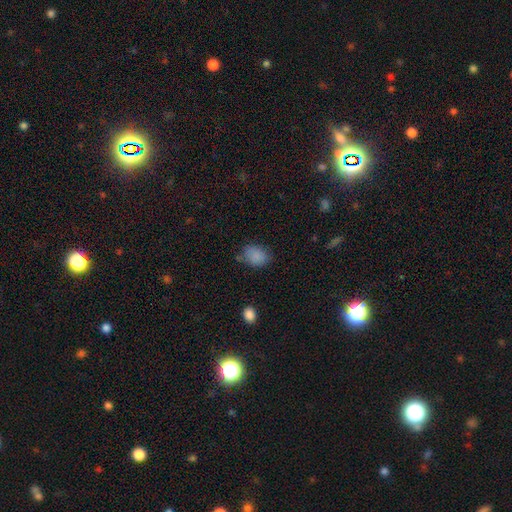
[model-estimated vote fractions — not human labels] This is clearly a smooth galaxy (85%). How rounded: likely in between (68%). Merging: likely none (67%).